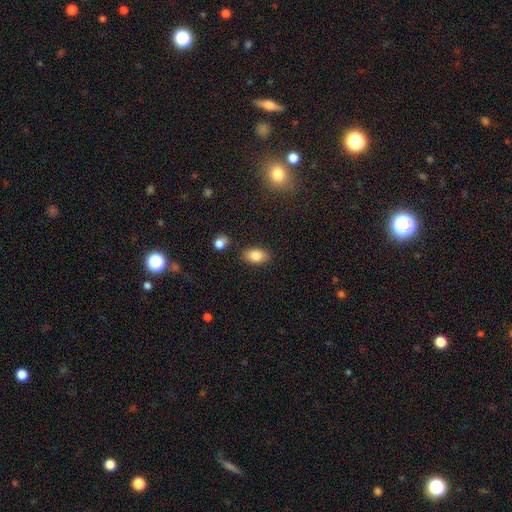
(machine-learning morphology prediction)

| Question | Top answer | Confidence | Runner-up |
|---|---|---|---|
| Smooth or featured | smooth | 84% | star or artifact (9%) |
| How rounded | in between | 87% | round (11%) |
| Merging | none | 84% | minor disturbance (10%) |